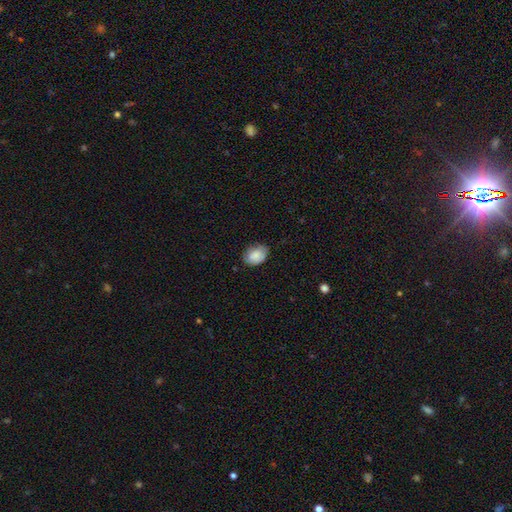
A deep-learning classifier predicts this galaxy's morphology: A smooth galaxy with no disk features (82%) that is in between round and cigar-shaped (74%). Merging: none (70%).